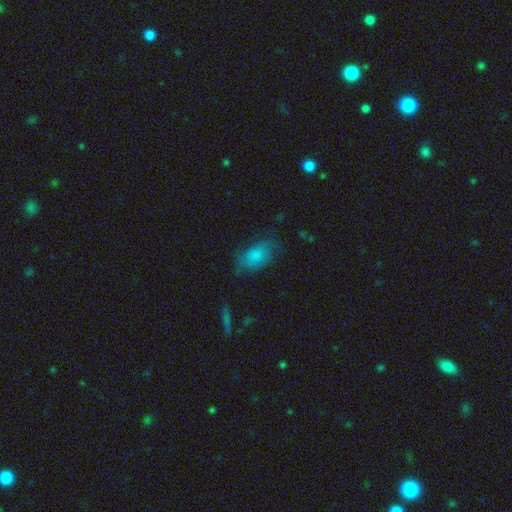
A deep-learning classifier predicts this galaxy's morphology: Q: Smooth or featured?
A: smooth (81%); runner-up: featured or disk (10%)
Q: How rounded?
A: in between (90%); runner-up: round (7%)
Q: Merging?
A: none (67%); runner-up: minor disturbance (23%)